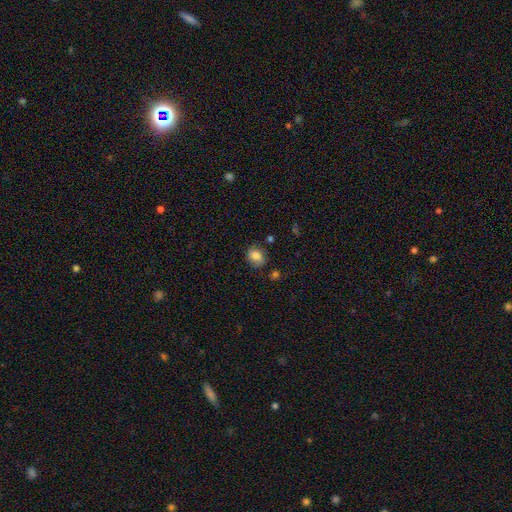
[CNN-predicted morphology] The model was most divided on "how rounded": round: 54%, in between: 45%, cigar-shaped: 1%. More confident: smooth or featured — smooth (84%); merging — none (76%).